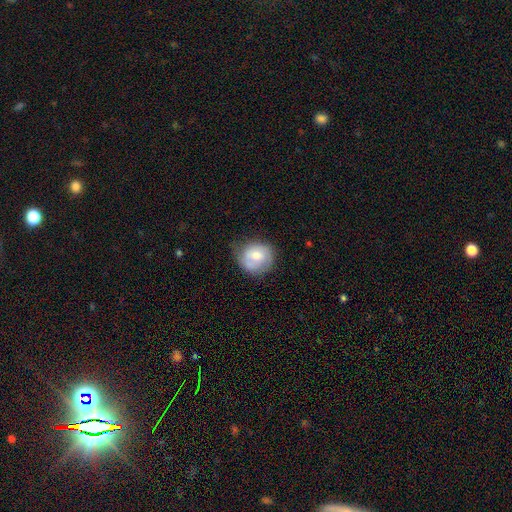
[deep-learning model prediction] smooth_or_featured: smooth (p=0.59) [alt: featured or disk p=0.33]
how_rounded: round (p=0.83) [alt: in between p=0.16]
merging: none (p=0.60) [alt: minor disturbance p=0.28]